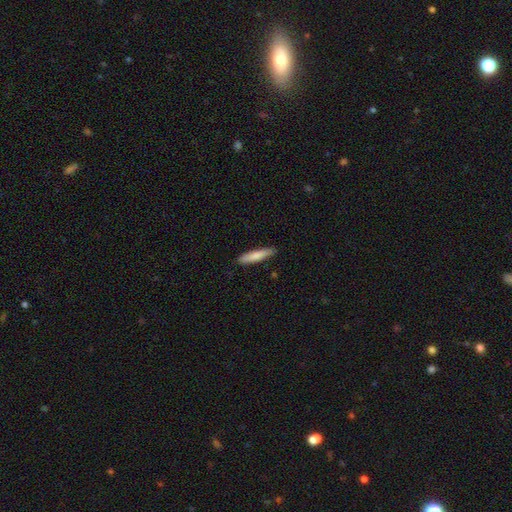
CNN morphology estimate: A smooth galaxy with no disk features (79%) that is cigar-shaped (89%). Merging: none (88%).